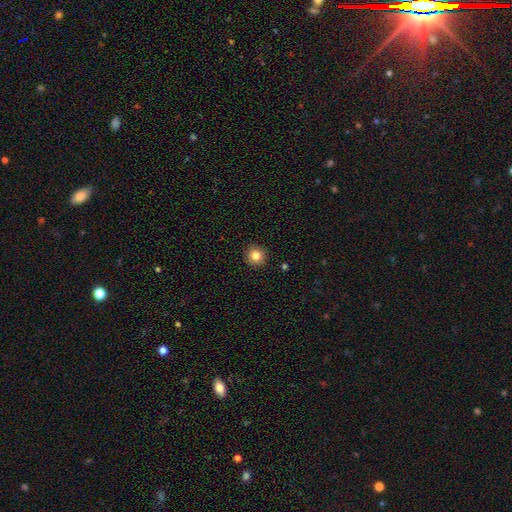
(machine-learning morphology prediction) The model was most divided on "smooth or featured": smooth: 83%, star or artifact: 11%, featured or disk: 6%. More confident: how rounded — round (94%); merging — none (93%).